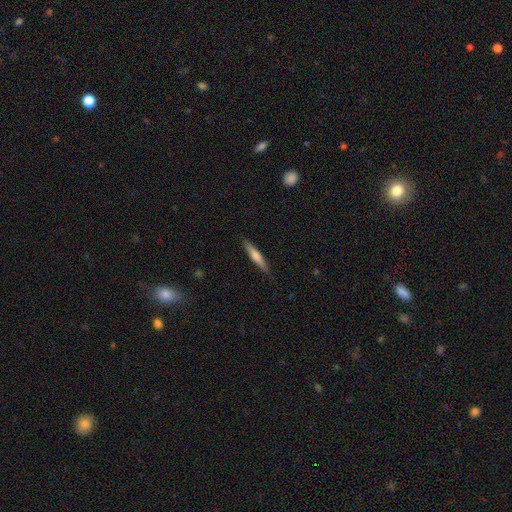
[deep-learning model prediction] Smooth or featured? smooth (61%)
How rounded? cigar-shaped (92%)
Merging? none (88%)